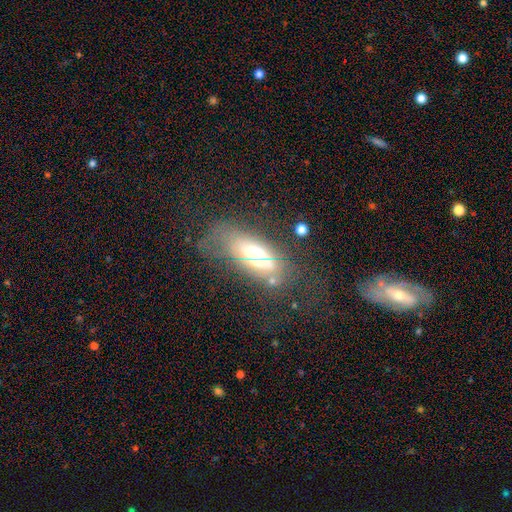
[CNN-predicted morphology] Q: Smooth or featured?
A: featured or disk (45%); tied with: smooth (45%)
Q: Merging?
A: none (37%); runner-up: major disturbance (30%)